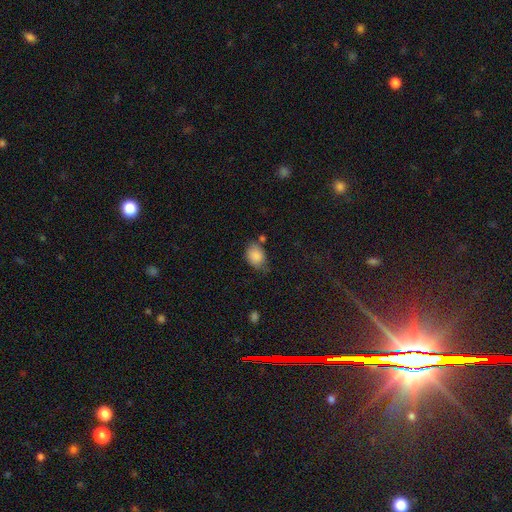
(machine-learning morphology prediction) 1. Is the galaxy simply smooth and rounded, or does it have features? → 86% smooth, 9% star or artifact, 6% featured or disk.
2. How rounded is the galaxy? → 63% in between, 36% round, 1% cigar-shaped.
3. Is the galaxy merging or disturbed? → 58% none, 27% minor disturbance, 8% merger, 7% major disturbance.